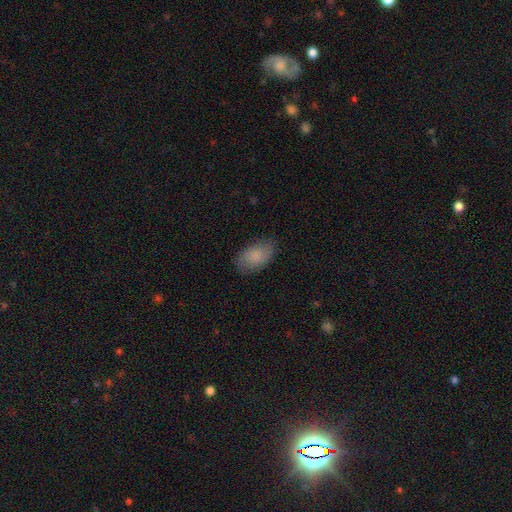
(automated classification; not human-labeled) Morphology: type=smooth (84%); roundness=in between (93%); merging=none (80%).